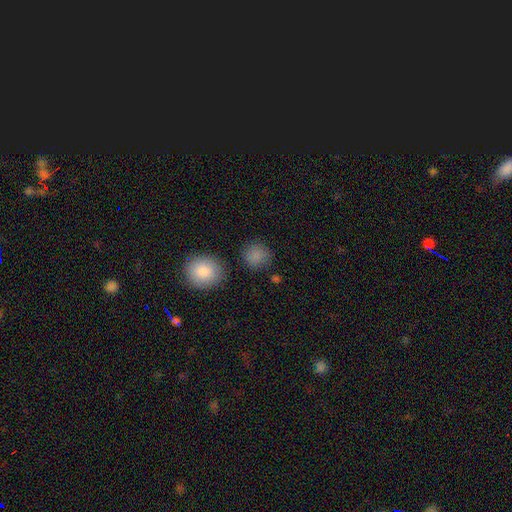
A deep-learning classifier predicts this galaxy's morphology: A smooth galaxy with no disk features (85%) that is round (89%). Merging: none (81%).